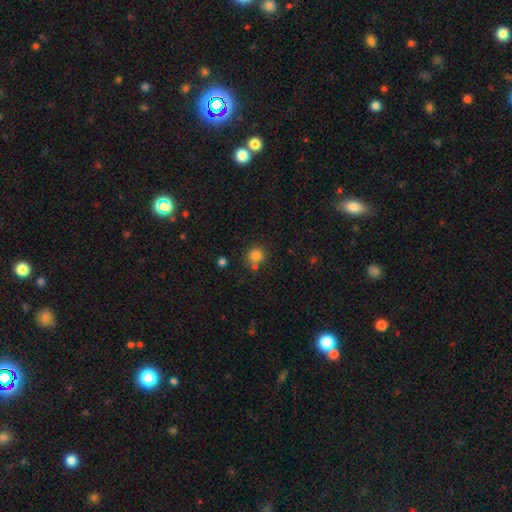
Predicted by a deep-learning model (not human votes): Morphology: type=smooth (83%); roundness=round (89%); merging=none (75%).